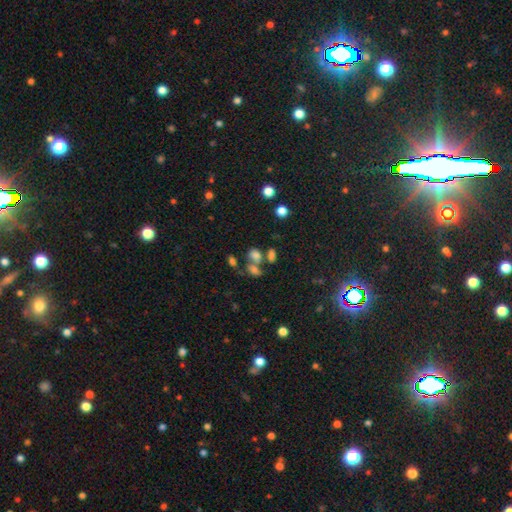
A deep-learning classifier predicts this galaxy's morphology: A smooth galaxy with no disk features (67%) that is in between round and cigar-shaped (72%). Merging: merger (42%).